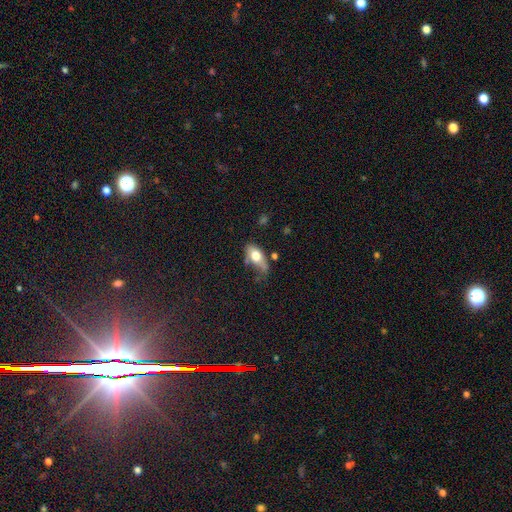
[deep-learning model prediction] A smooth galaxy with no disk features (67%) that is in between round and cigar-shaped (86%). Merging: none (35%).